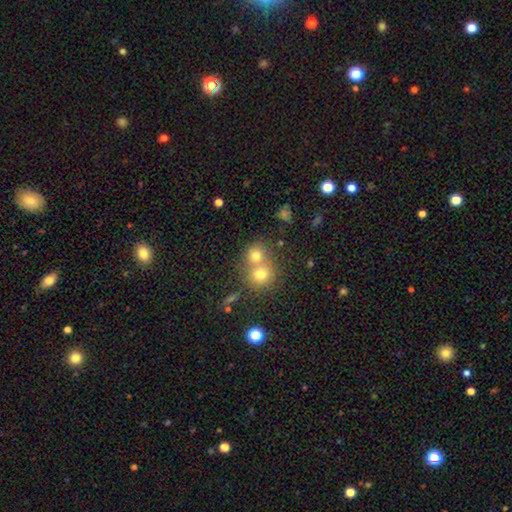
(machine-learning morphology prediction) Overall: smooth (72%). How rounded: round (82%). Merging: merger (55%; none 38%).